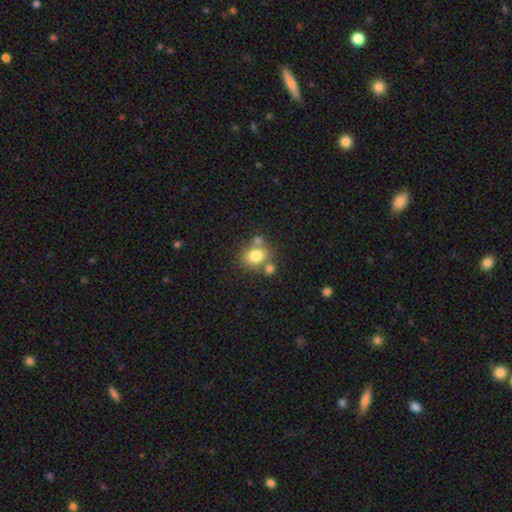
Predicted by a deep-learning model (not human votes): Overall: smooth (78%). How rounded: round (54%; in between 45%). Merging: none (57%; merger 26%).